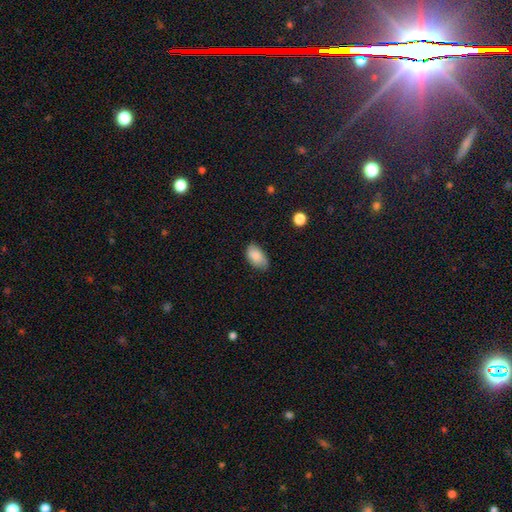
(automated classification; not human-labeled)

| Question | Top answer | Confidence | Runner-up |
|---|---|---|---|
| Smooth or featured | smooth | 82% | featured or disk (11%) |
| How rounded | in between | 92% | round (6%) |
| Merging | none | 67% | minor disturbance (27%) |